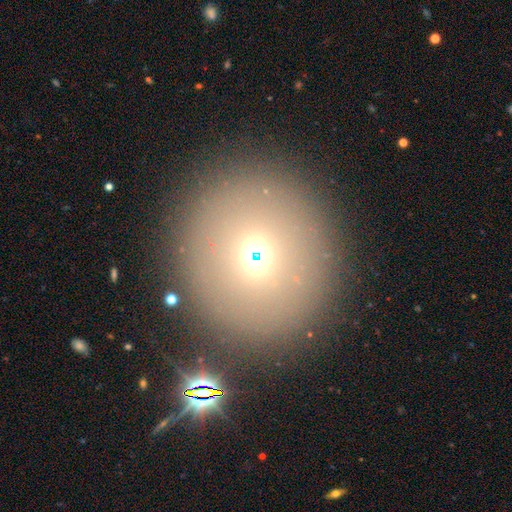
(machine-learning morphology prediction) Smooth or featured?
  - smooth: 60% *
  - star or artifact: 22%
  - featured or disk: 18%
How rounded?
  - round: 90% *
  - in between: 9%
  - cigar-shaped: 1%
Merging?
  - none: 83% *
  - minor disturbance: 7%
  - merger: 6%
  - major disturbance: 4%